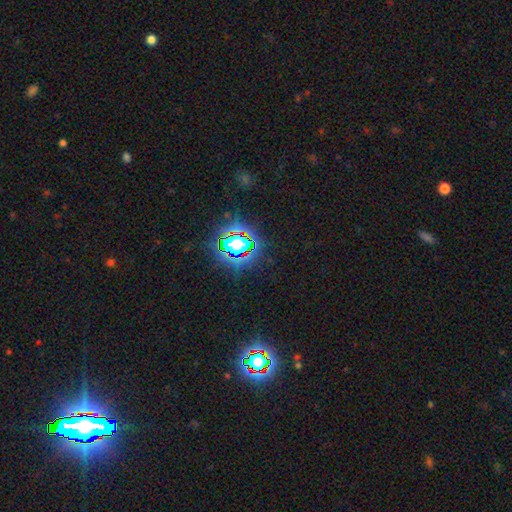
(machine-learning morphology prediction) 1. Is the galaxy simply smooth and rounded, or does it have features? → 80% star or artifact, 12% smooth, 8% featured or disk.